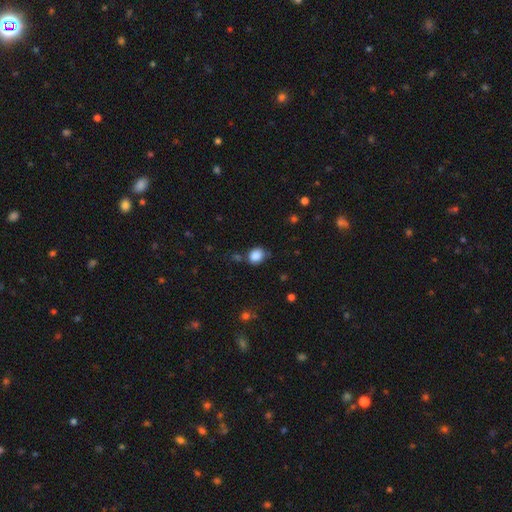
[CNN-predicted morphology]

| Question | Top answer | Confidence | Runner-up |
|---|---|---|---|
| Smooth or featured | smooth | 86% | star or artifact (10%) |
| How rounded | round | 60% | in between (39%) |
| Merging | none | 68% | minor disturbance (20%) |